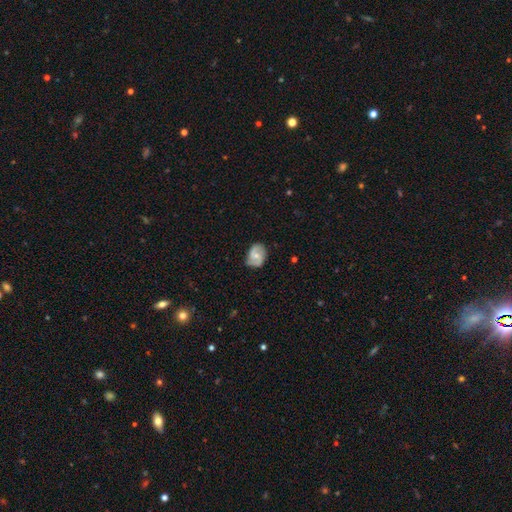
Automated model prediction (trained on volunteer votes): Overall: featured or disk (58%; smooth 35%). Edge-on disk: no (97%). Bar: no (55%; weak 37%). Spiral arms: yes (86%). Bulge size: moderate (50%; small 43%). Merging: none (68%).